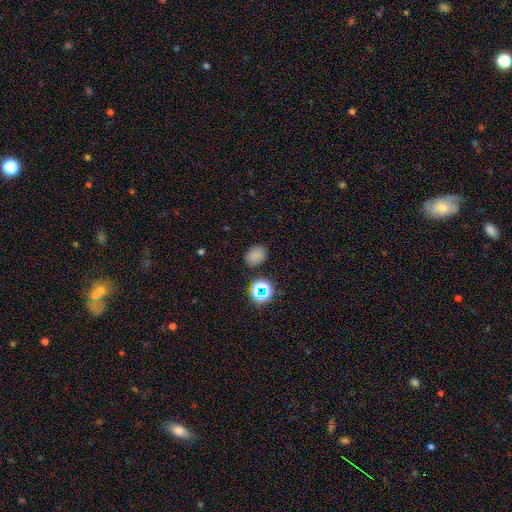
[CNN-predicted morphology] The model was most divided on "how rounded": in between: 64%, round: 35%, cigar-shaped: 1%. More confident: merging — none (82%); smooth or featured — smooth (75%).